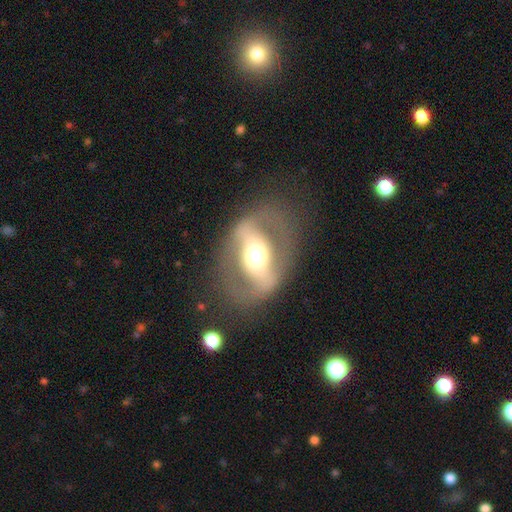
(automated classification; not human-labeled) This is likely a featured or disk galaxy (75%). It is clearly not viewed edge-on (90%). Bar: likely strong (61%). Spiral arm pattern: possibly no (57%). Central bulge: possibly moderate (57%). Merging: likely none (71%).